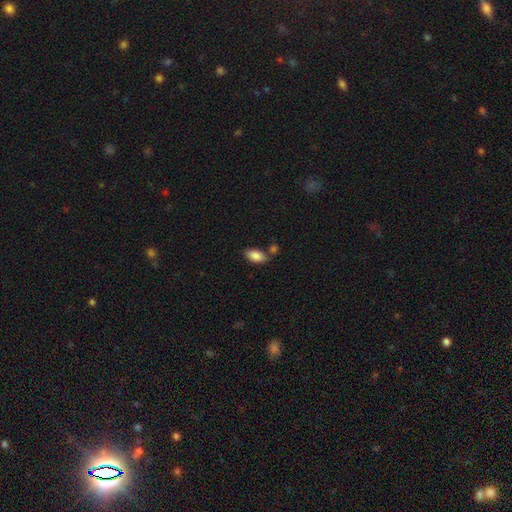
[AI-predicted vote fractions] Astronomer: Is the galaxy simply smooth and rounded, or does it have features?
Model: smooth — 87%.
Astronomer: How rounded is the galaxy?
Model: in between — 93%.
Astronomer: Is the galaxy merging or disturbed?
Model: none — 71%.